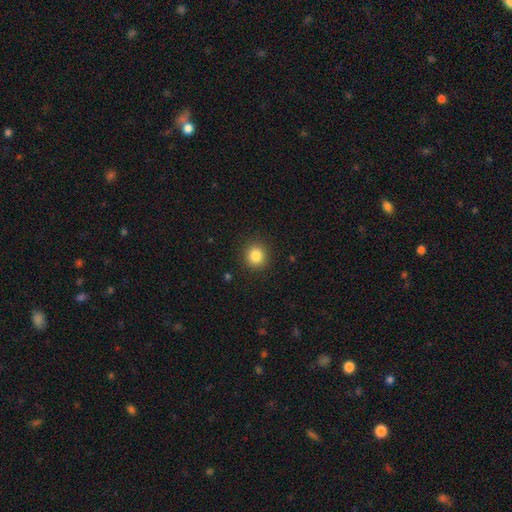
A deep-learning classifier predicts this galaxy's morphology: A smooth galaxy with no disk features (85%) that is round (91%).

Vote fractions:
- Smooth or featured? smooth: 85% / star or artifact: 11% / featured or disk: 5%
- How rounded? round: 91% / in between: 8% / cigar-shaped: 1%
- Merging? none: 91% / minor disturbance: 6% / major disturbance: 2% / merger: 1%